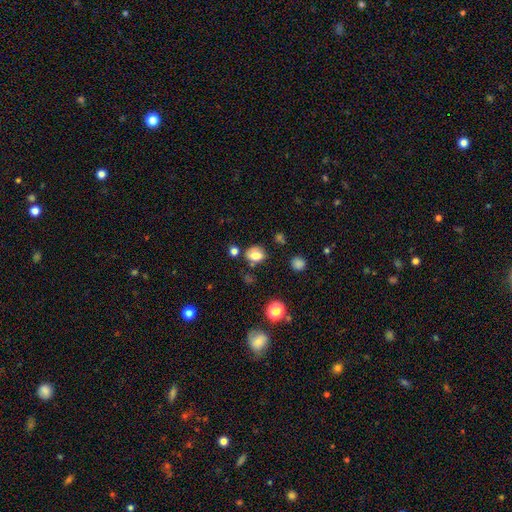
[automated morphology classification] Smooth or featured?
  - smooth: 73% *
  - featured or disk: 15%
  - star or artifact: 12%
How rounded?
  - in between: 54% *
  - round: 45%
  - cigar-shaped: 1%
Merging?
  - none: 68% *
  - minor disturbance: 18%
  - merger: 8%
  - major disturbance: 6%